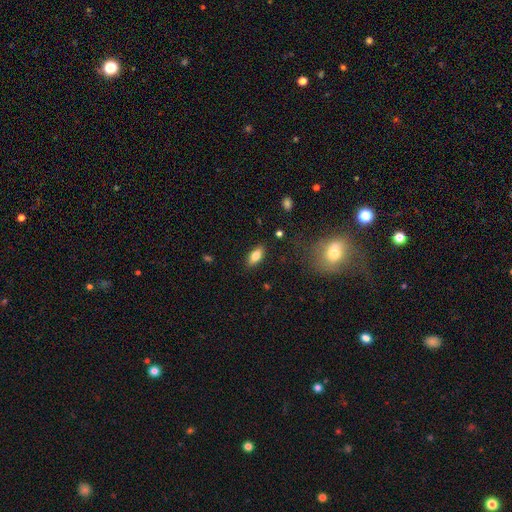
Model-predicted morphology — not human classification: A smooth galaxy with no disk features (77%) that is in between round and cigar-shaped (85%).

Vote fractions:
- Smooth or featured? smooth: 77% / featured or disk: 15% / star or artifact: 8%
- How rounded? in between: 85% / cigar-shaped: 11% / round: 4%
- Merging? none: 87% / minor disturbance: 10% / major disturbance: 2% / merger: 1%